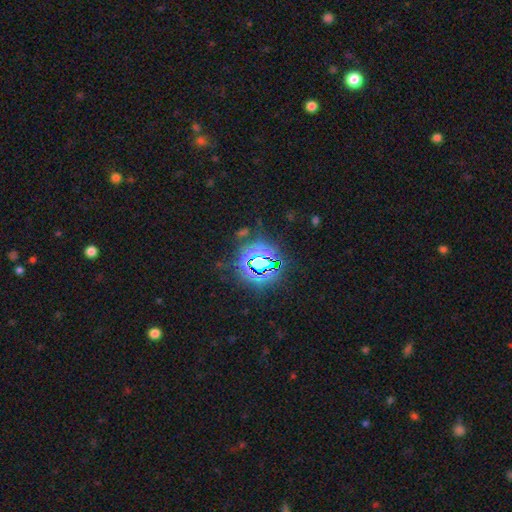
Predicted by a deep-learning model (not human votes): Morphology: type=star or artifact (80%).